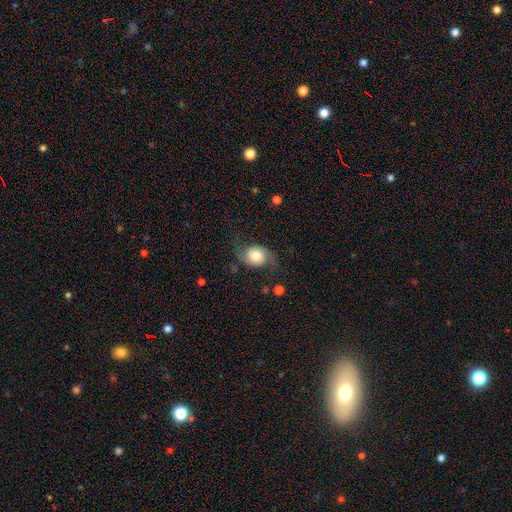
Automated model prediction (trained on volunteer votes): Smooth or featured? Predicted: featured or disk (p=0.64). Edge-on disk? Predicted: no (p=0.97). Bar? Predicted: no (p=0.72). Spiral arms? Predicted: yes (p=0.93). Spiral winding? Predicted: loose (p=0.64). Spiral arm count? Predicted: 2 (p=0.92). Bulge size? Predicted: moderate (p=0.39). Merging? Predicted: none (p=0.66).